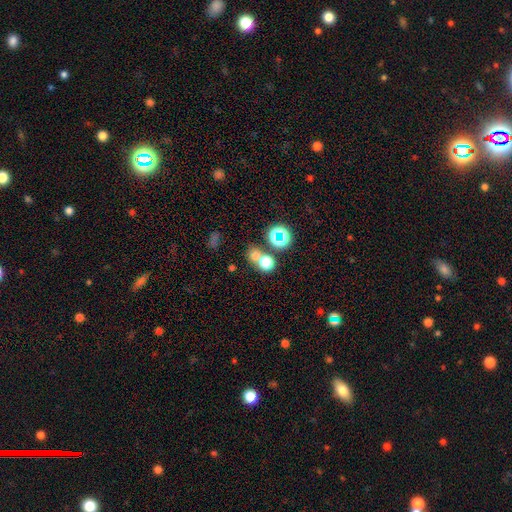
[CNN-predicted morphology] type=smooth (67%); roundness=round (83%); merging=none (52%).